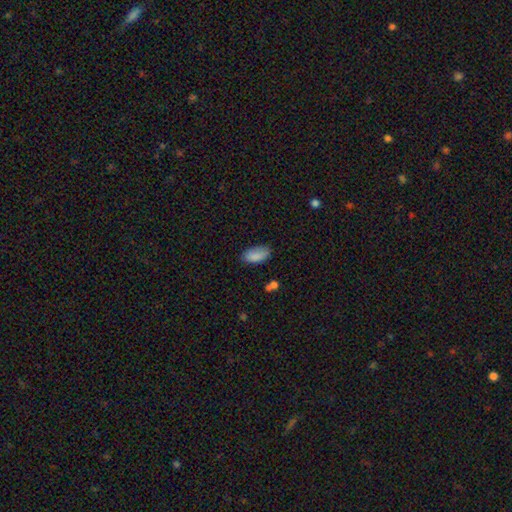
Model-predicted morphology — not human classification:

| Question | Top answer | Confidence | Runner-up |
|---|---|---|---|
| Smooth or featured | smooth | 87% | star or artifact (7%) |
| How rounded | in between | 92% | cigar-shaped (5%) |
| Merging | none | 77% | minor disturbance (18%) |